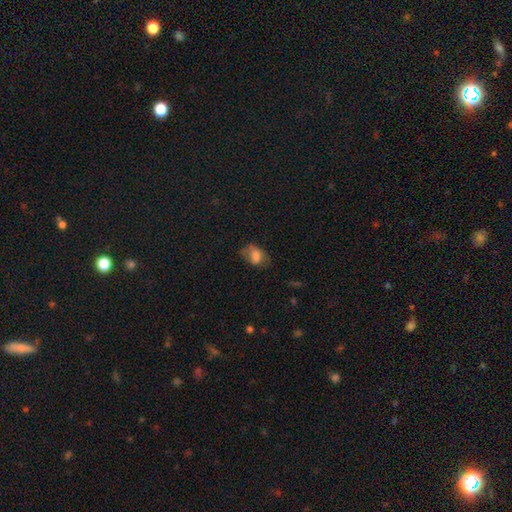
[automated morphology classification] The model was most divided on "merging": none: 47%, minor disturbance: 31%, major disturbance: 20%, merger: 3%. More confident: how rounded — in between (78%); smooth or featured — smooth (69%).